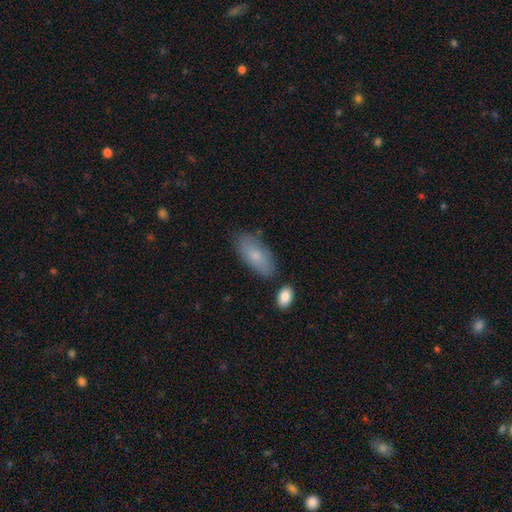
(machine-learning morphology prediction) This is likely a smooth galaxy (76%). How rounded: clearly in between (87%). Merging: likely none (75%).